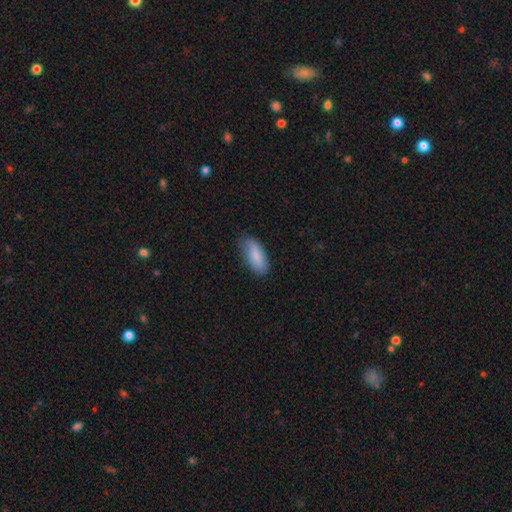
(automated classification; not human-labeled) smooth_or_featured: smooth (p=0.86) [alt: featured or disk p=0.08]
how_rounded: in between (p=0.77) [alt: cigar-shaped p=0.21]
merging: none (p=0.79) [alt: minor disturbance p=0.17]